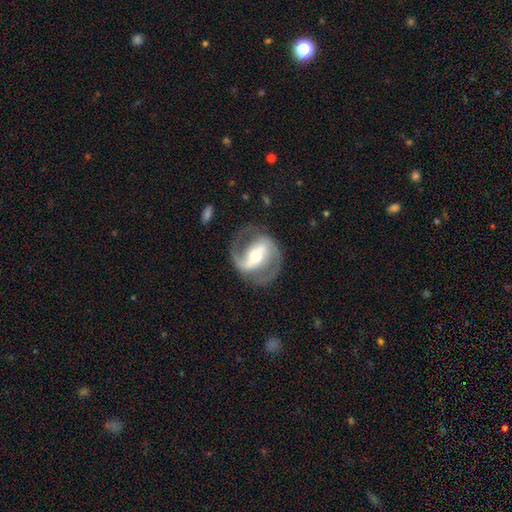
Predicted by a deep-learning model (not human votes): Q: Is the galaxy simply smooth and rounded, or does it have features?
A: featured or disk — 87%.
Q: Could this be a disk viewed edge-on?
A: no — 96%.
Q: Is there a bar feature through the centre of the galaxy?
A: strong — 60%.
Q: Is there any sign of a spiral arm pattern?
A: yes — 92%.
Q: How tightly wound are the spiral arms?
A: medium — 55%.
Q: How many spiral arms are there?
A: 2 — 90%.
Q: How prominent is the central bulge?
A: moderate — 66%.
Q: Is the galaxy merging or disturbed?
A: none — 79%.